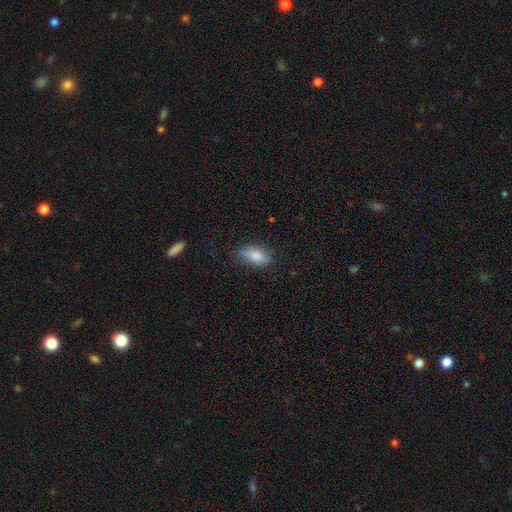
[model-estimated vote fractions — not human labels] Smooth or featured? smooth (82%)
How rounded? in between (85%)
Merging? none (77%)